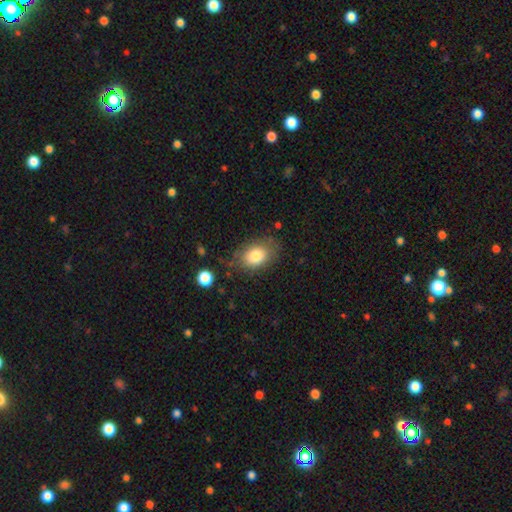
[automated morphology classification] The model was most divided on "merging": none: 70%, minor disturbance: 20%, major disturbance: 7%, merger: 3%. More confident: smooth or featured — smooth (80%); how rounded — in between (77%).